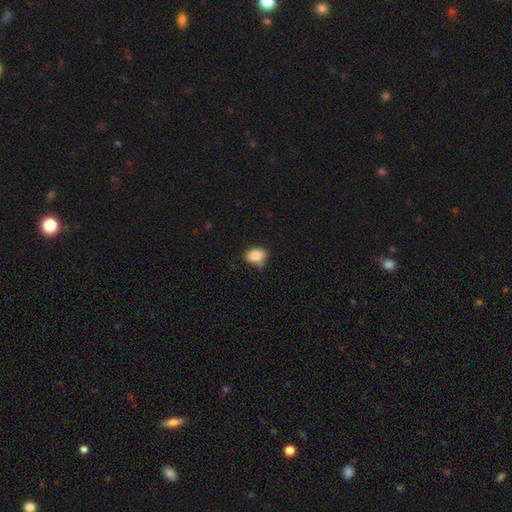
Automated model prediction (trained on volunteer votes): A smooth galaxy with no disk features (85%) that is in between round and cigar-shaped (69%).

Vote fractions:
- Smooth or featured? smooth: 85% / star or artifact: 8% / featured or disk: 6%
- How rounded? in between: 69% / round: 30% / cigar-shaped: 1%
- Merging? none: 62% / minor disturbance: 28% / merger: 5% / major disturbance: 5%